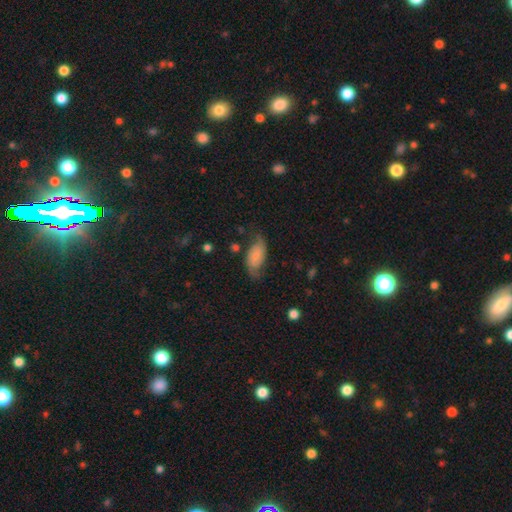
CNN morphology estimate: Overall: featured or disk (46%; smooth 45%). Merging: none (59%; minor disturbance 27%).